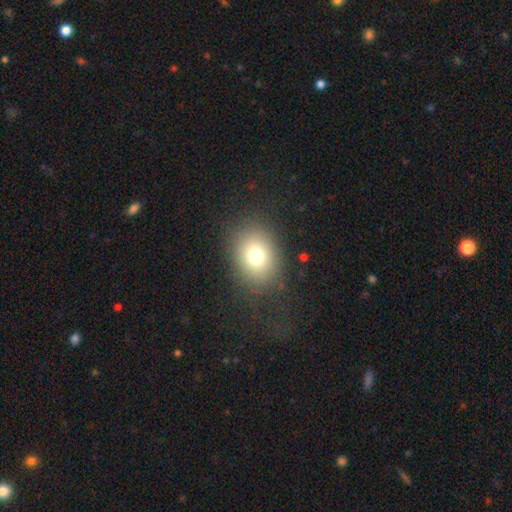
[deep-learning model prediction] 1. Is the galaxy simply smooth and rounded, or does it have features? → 74% smooth, 14% star or artifact, 11% featured or disk.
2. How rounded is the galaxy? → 50% round, 49% in between, 1% cigar-shaped.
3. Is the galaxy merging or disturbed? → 84% none, 9% minor disturbance, 6% major disturbance, 1% merger.